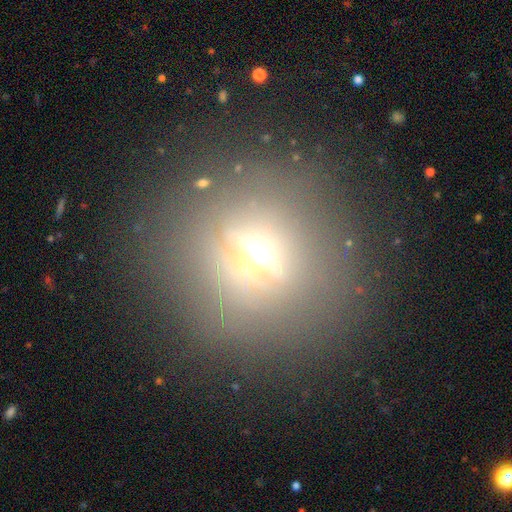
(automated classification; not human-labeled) smooth 42%, featured or disk 35%, star or artifact 23%. Down the decision tree: merging — none (82%).